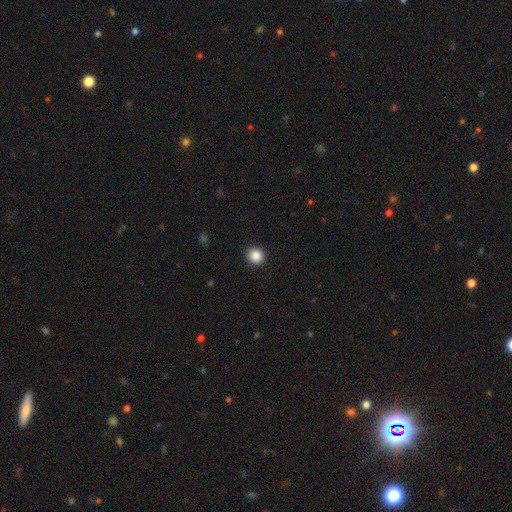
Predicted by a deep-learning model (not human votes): This is clearly a smooth galaxy (87%). How rounded: clearly round (93%). Merging: clearly none (92%).